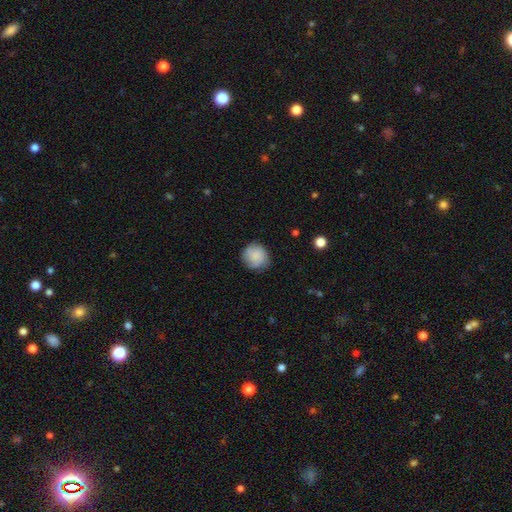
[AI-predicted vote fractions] Smooth or featured? Predicted: smooth (p=0.80). How rounded? Predicted: round (p=0.86). Merging? Predicted: none (p=0.76).